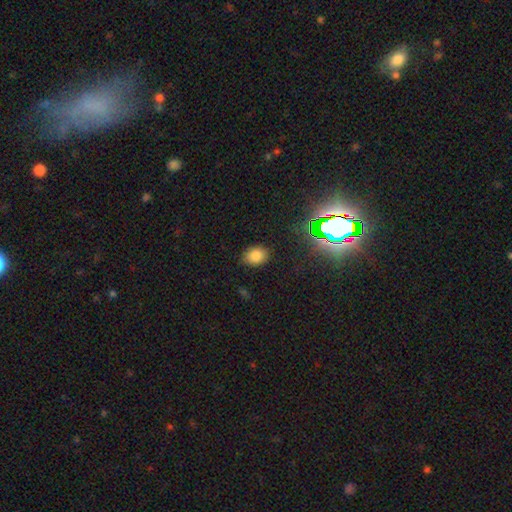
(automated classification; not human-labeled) Smooth or featured? Predicted: smooth (p=0.78). How rounded? Predicted: in between (p=0.69). Merging? Predicted: none (p=0.83).